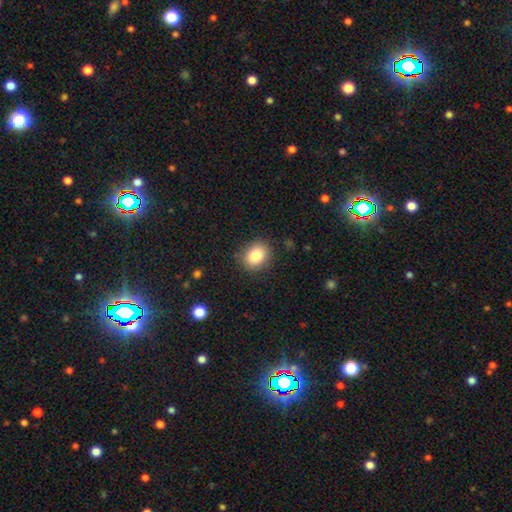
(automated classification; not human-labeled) Smooth or featured?
  - smooth: 82% *
  - star or artifact: 10%
  - featured or disk: 8%
How rounded?
  - round: 63% *
  - in between: 36%
  - cigar-shaped: 1%
Merging?
  - none: 86% *
  - minor disturbance: 10%
  - major disturbance: 3%
  - merger: 1%